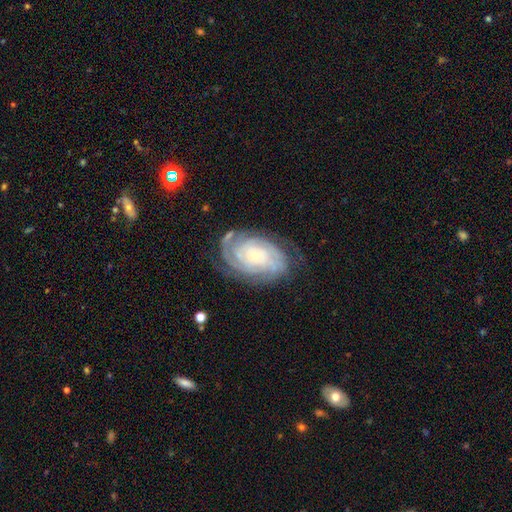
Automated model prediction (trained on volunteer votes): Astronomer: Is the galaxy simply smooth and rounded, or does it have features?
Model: featured or disk — 85%.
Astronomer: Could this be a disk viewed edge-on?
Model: no — 96%.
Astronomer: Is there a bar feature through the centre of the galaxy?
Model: no — 77%.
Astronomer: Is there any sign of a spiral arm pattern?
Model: yes — 97%.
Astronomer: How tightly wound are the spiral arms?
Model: tight — 77%.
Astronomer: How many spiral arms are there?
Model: can't tell — 32% (runner-up: 2, 21%).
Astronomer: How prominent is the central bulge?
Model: small — 76%.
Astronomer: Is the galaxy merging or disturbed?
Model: none — 72%.